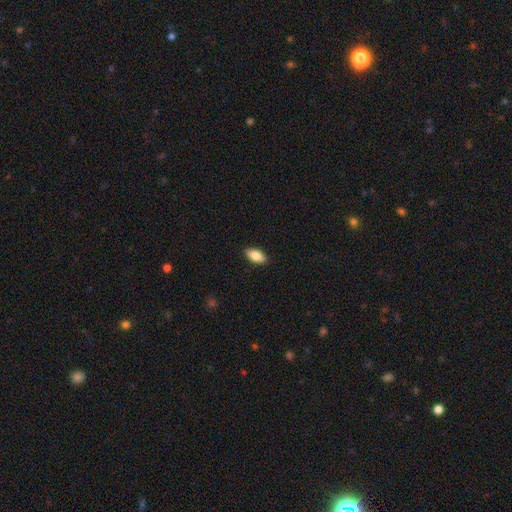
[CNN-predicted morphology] smooth 79%, featured or disk 14%, star or artifact 7%. Down the decision tree: how rounded — in between (88%); merging — none (88%).